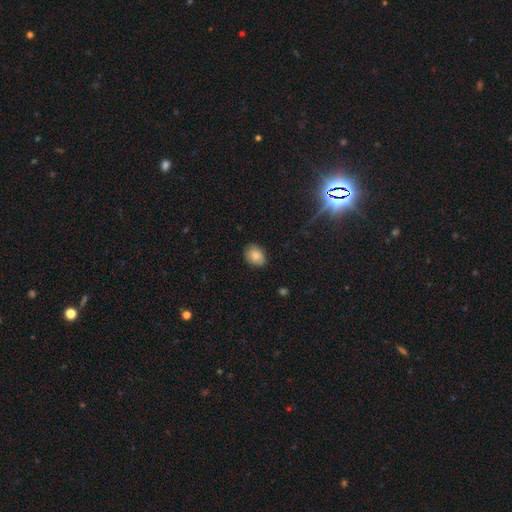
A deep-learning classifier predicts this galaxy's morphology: Smooth or featured? Predicted: smooth (p=0.83). How rounded? Predicted: in between (p=0.66). Merging? Predicted: none (p=0.81).